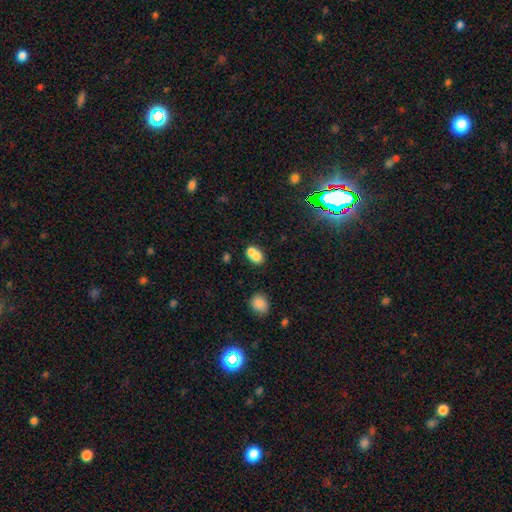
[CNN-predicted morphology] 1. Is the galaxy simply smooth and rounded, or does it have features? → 73% smooth, 16% featured or disk, 11% star or artifact.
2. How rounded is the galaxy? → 51% in between, 47% round, 1% cigar-shaped.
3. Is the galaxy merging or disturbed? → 59% merger, 29% none, 8% minor disturbance, 4% major disturbance.